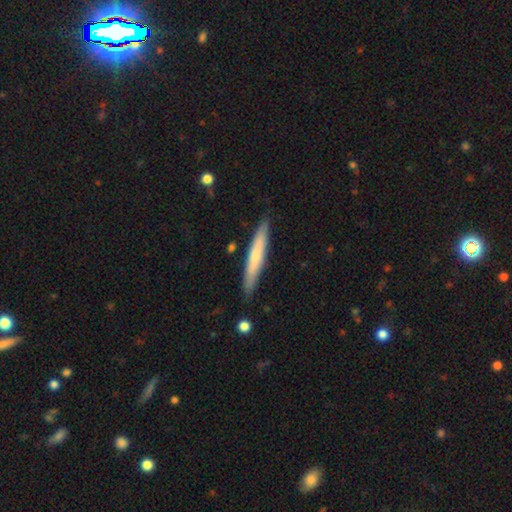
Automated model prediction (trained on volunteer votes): The model was most divided on "smooth or featured": smooth: 60%, featured or disk: 35%, star or artifact: 5%. More confident: how rounded — cigar-shaped (94%); merging — none (88%).